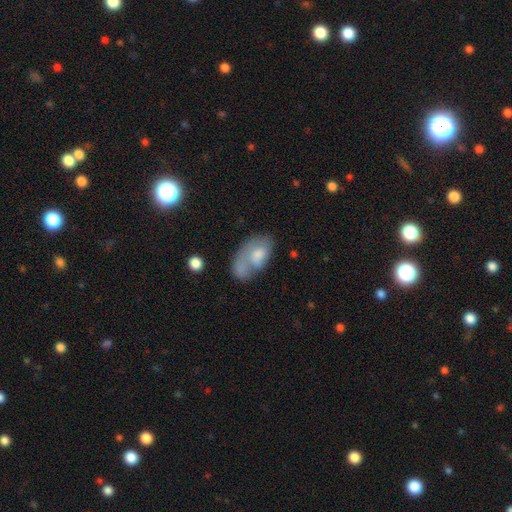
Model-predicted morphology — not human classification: Overall: smooth (57%; featured or disk 35%). How rounded: in between (91%). Merging: none (33%; merger 23%).